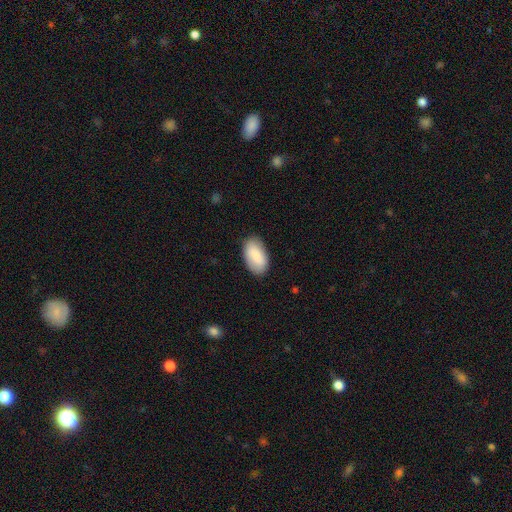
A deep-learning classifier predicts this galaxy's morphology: Overall: smooth (84%). How rounded: in between (95%). Merging: none (83%).